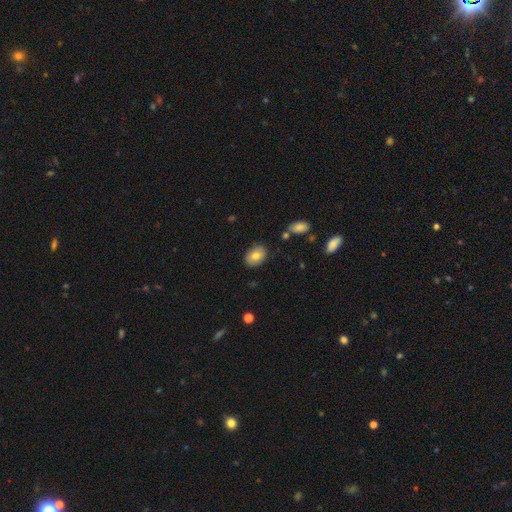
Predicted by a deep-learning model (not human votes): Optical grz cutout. It shows a smooth galaxy with no disk features (77%) that is in between round and cigar-shaped (80%). Merging: none (84%).